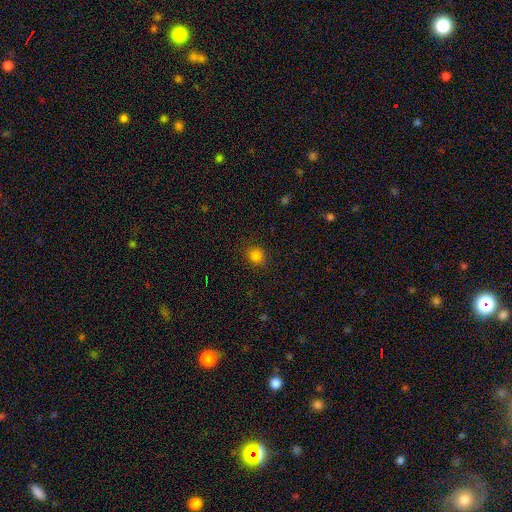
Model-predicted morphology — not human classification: A smooth galaxy with no disk features (82%) that is round (79%). Merging: none (84%).